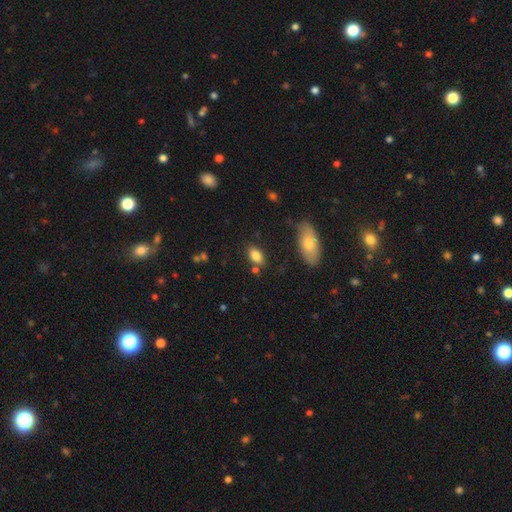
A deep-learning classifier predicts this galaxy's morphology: Smooth or featured? Predicted: smooth (p=0.83). How rounded? Predicted: in between (p=0.88). Merging? Predicted: none (p=0.75).